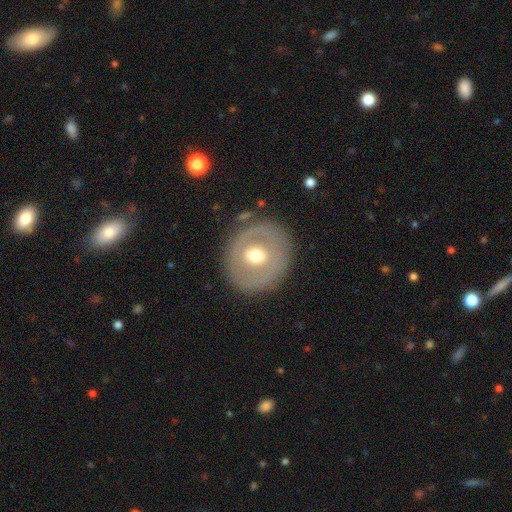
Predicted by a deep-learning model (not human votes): Smooth or featured? Predicted: featured or disk (p=0.51). Edge-on disk? Predicted: no (p=0.94). Merging? Predicted: none (p=0.82).